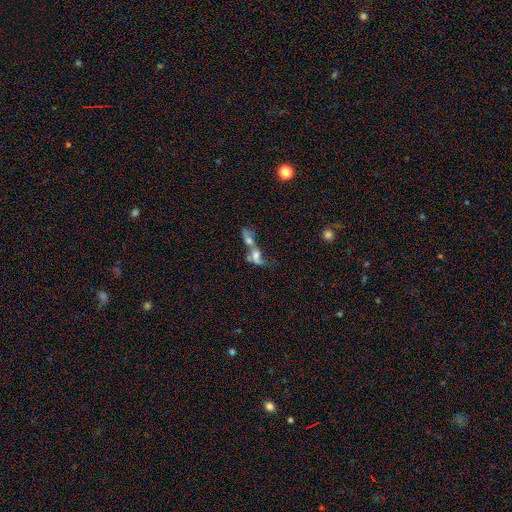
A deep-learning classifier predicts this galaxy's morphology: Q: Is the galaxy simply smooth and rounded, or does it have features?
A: smooth — 45%.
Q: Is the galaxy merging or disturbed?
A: merger — 76%.